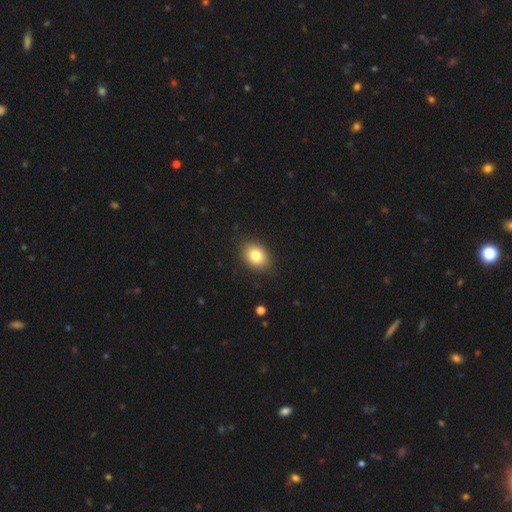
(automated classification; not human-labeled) smooth 84%, star or artifact 9%, featured or disk 8%. Down the decision tree: how rounded — in between (64%); merging — none (87%).